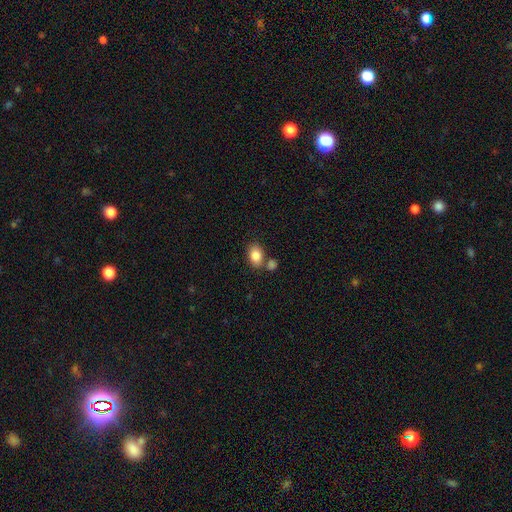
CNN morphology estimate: smooth_or_featured: smooth (p=0.85) [alt: star or artifact p=0.08]
how_rounded: in between (p=0.79) [alt: round p=0.20]
merging: none (p=0.63) [alt: merger p=0.21]